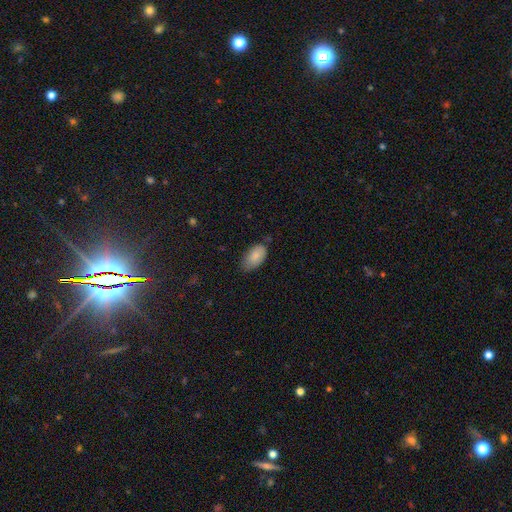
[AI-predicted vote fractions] A smooth galaxy with no disk features (84%) that is in between round and cigar-shaped (94%). Merging: none (60%).